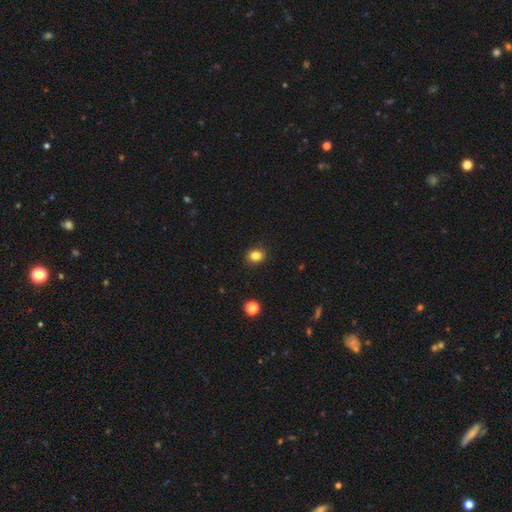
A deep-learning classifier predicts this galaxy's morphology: smooth 83%, star or artifact 12%, featured or disk 5%. Down the decision tree: how rounded — round (61%); merging — none (90%).